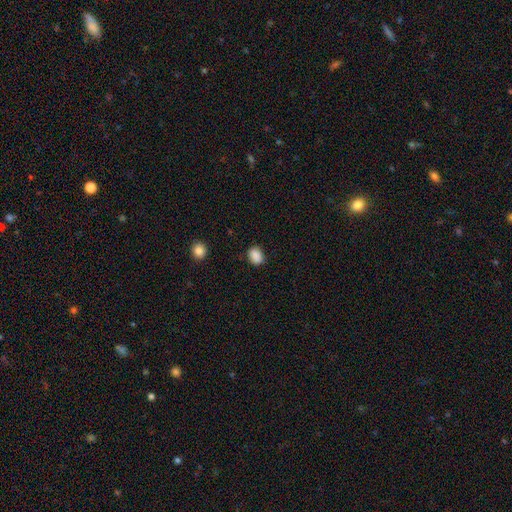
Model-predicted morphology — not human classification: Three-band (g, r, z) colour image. It shows a smooth galaxy with no disk features (88%) that is in between round and cigar-shaped (66%). Merging: none (83%).